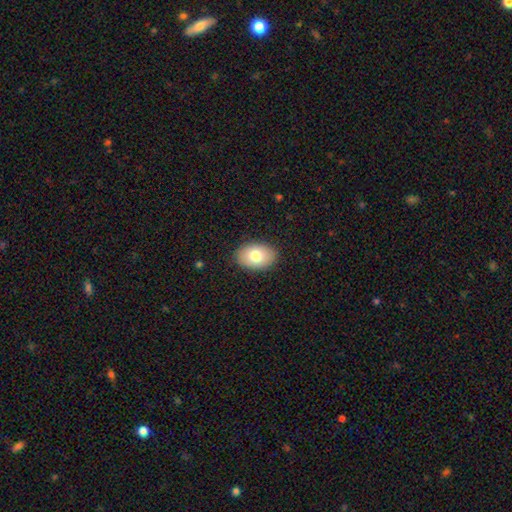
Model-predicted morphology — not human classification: Overall: smooth (78%). How rounded: in between (86%). Merging: none (89%).